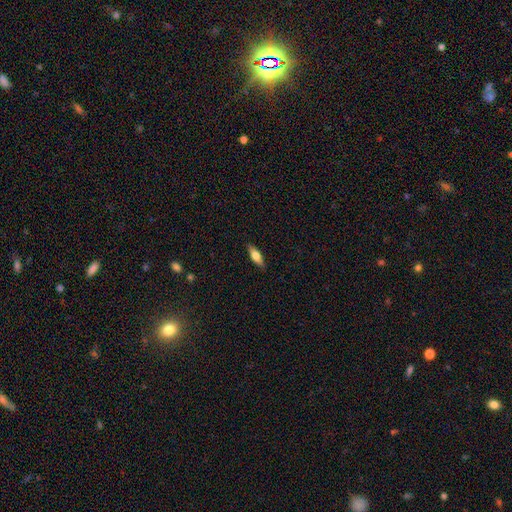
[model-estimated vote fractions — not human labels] Overall: smooth (53%; featured or disk 41%). How rounded: in between (52%; cigar-shaped 45%). Merging: none (89%).